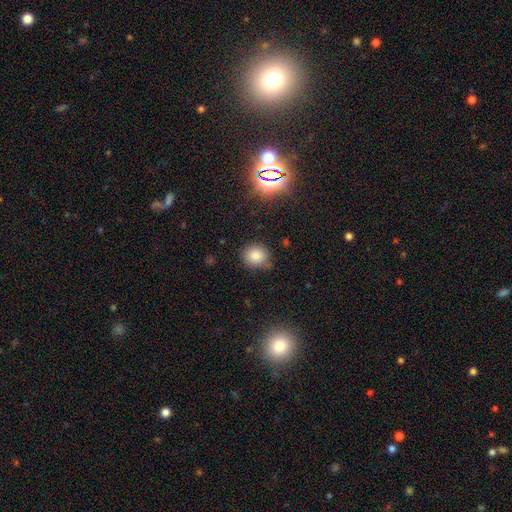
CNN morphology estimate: smooth_or_featured: smooth (p=0.82) [alt: star or artifact p=0.13]
how_rounded: round (p=0.82) [alt: in between p=0.17]
merging: none (p=0.78) [alt: minor disturbance p=0.16]